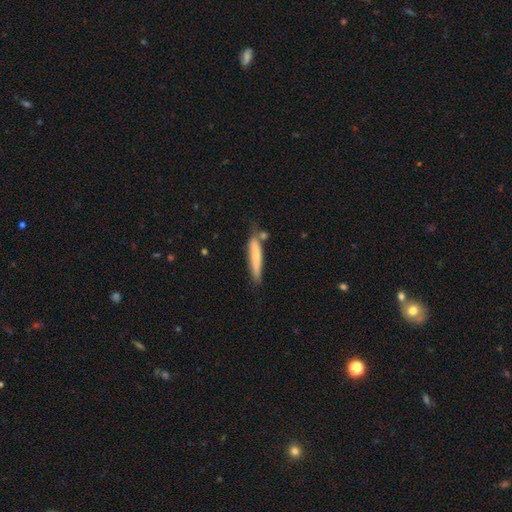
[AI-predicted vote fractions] Smooth or featured? Predicted: smooth (p=0.68). How rounded? Predicted: cigar-shaped (p=0.91). Merging? Predicted: none (p=0.64).